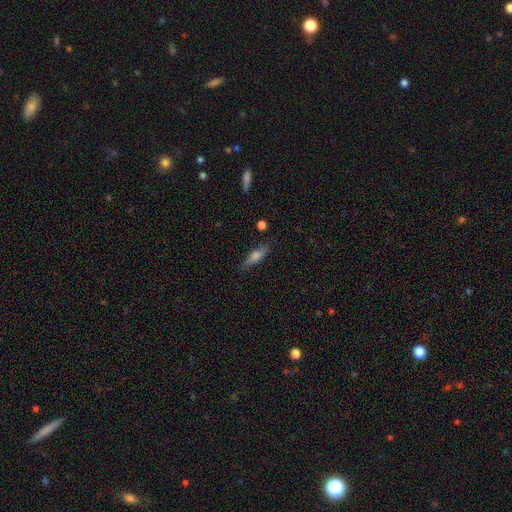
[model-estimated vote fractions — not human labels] This appears to be a smooth galaxy with no disk features (65%) that is cigar-shaped (57%). Merging: none (81%).